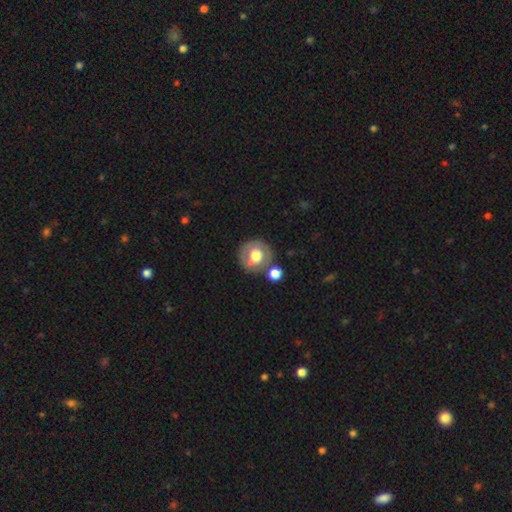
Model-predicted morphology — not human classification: Smooth or featured?
  - smooth: 48% *
  - featured or disk: 45%
  - star or artifact: 7%
Merging?
  - none: 66% *
  - minor disturbance: 16%
  - merger: 12%
  - major disturbance: 6%